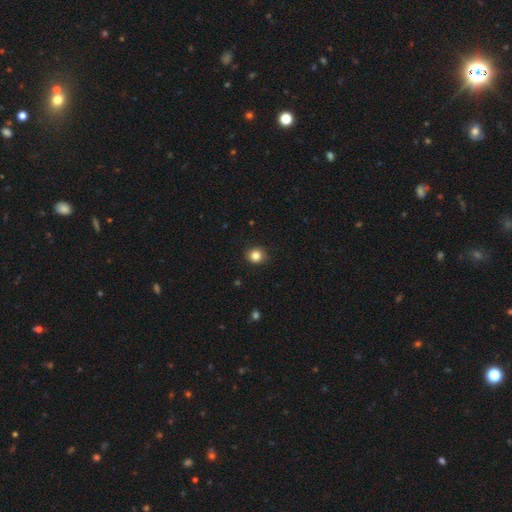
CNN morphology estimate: Smooth or featured? smooth (84%)
How rounded? round (86%)
Merging? none (88%)